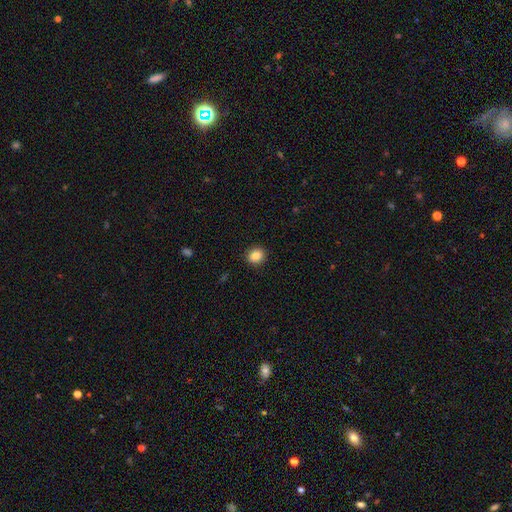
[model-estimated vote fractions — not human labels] This appears to be a smooth galaxy with no disk features (86%) that is round (76%). Merging: none (91%).